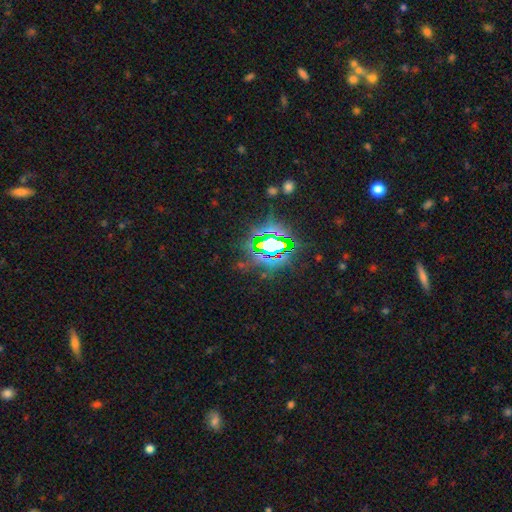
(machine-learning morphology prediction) This appears to be a star or artifact, not a galaxy (82%).